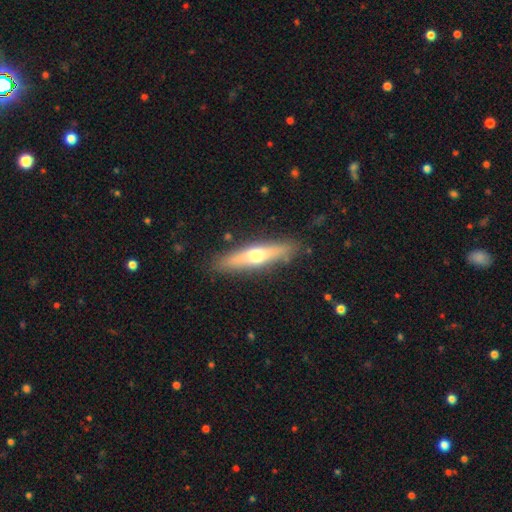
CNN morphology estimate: The model was most divided on "smooth or featured" (2-way tie): featured or disk: 47%, smooth: 47%, star or artifact: 6%. More confident: merging — none (87%).